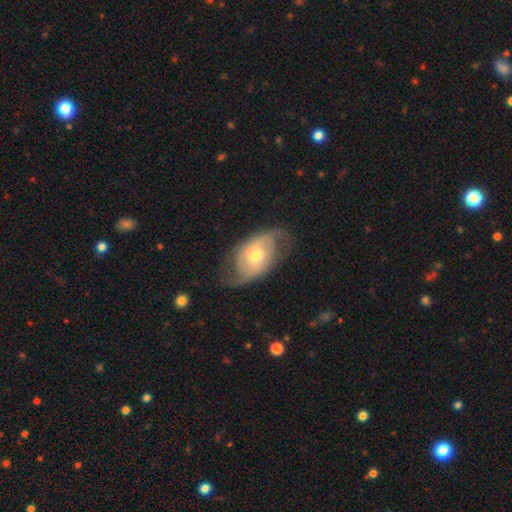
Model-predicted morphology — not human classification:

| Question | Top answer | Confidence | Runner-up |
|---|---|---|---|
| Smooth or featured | featured or disk | 78% | smooth (17%) |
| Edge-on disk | no | 95% | yes (5%) |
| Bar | no | 60% | weak (31%) |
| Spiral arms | yes | 91% | no (9%) |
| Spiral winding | medium | 42% | loose (33%) |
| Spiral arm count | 2 | 84% | can't tell (9%) |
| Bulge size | moderate | 60% | small (34%) |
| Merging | none | 67% | minor disturbance (20%) |